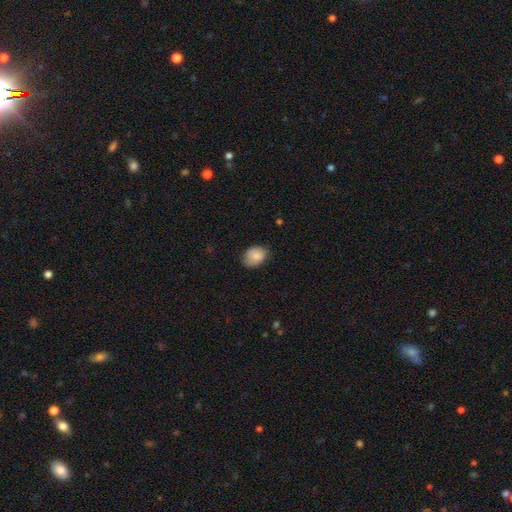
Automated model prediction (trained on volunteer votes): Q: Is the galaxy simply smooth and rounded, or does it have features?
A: smooth — 83%.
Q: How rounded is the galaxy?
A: in between — 70%.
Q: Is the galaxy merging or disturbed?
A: none — 70%.